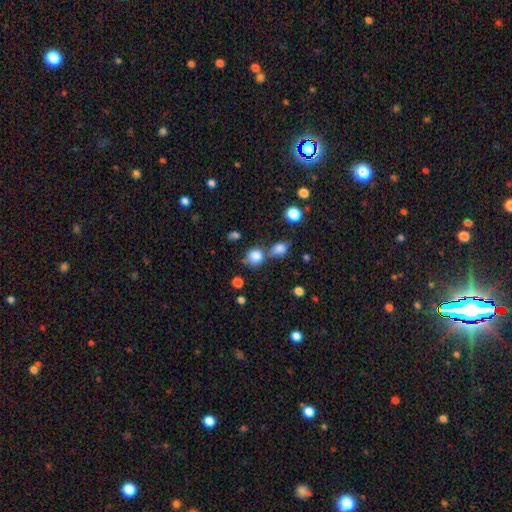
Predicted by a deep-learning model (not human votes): This appears to be a smooth galaxy with no disk features (81%) that is round (77%). Merging: none (52%).